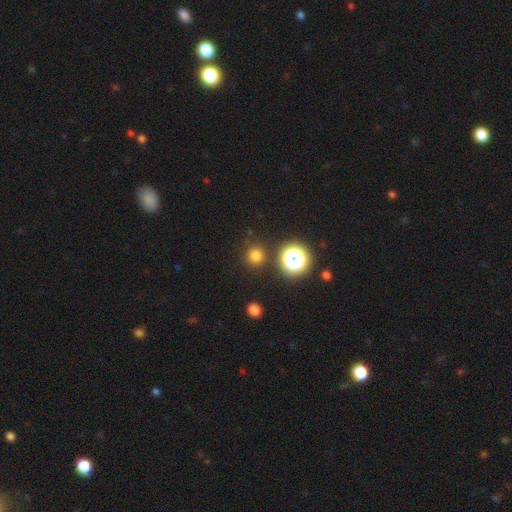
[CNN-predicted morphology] The model was most divided on "smooth or featured": smooth: 74%, star or artifact: 21%, featured or disk: 5%. More confident: how rounded — round (95%); merging — none (88%).